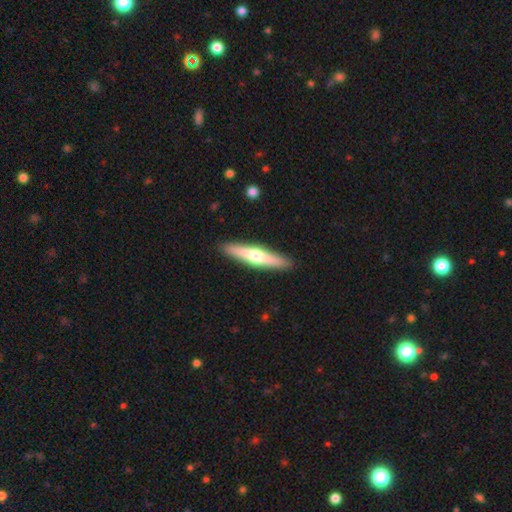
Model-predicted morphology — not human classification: A featured or disk galaxy (52%) viewed edge-on (93%).

Vote fractions:
- Smooth or featured? featured or disk: 52% / smooth: 43% / star or artifact: 5%
- Edge-on disk? yes: 93% / no: 7%
- Merging? none: 91% / minor disturbance: 6% / major disturbance: 2% / merger: 1%